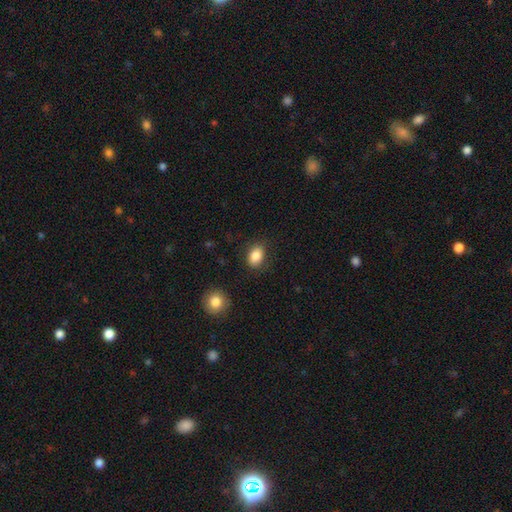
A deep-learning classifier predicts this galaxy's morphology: This is clearly a smooth galaxy (85%). How rounded: likely in between (74%). Merging: clearly none (82%).